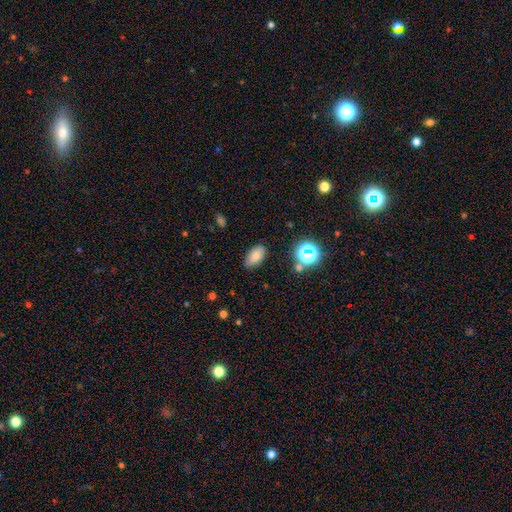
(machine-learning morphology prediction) The model was most divided on "smooth or featured": smooth: 77%, star or artifact: 12%, featured or disk: 11%. More confident: how rounded — in between (92%); merging — none (81%).